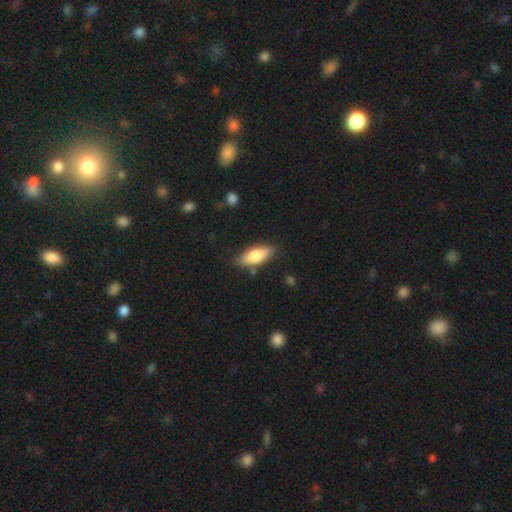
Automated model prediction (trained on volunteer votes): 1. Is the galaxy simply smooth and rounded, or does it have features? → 76% smooth, 18% featured or disk, 6% star or artifact.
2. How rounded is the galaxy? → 71% in between, 26% cigar-shaped, 2% round.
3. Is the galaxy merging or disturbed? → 82% none, 13% minor disturbance, 3% major disturbance, 2% merger.